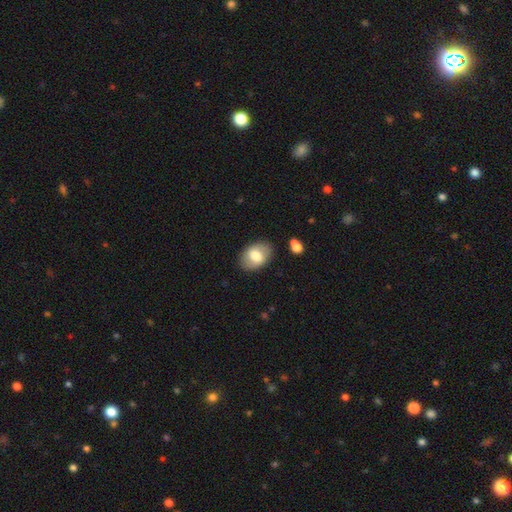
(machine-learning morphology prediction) Smooth or featured?
  - smooth: 69% *
  - featured or disk: 24%
  - star or artifact: 7%
How rounded?
  - in between: 83% *
  - round: 16%
  - cigar-shaped: 1%
Merging?
  - none: 84% *
  - minor disturbance: 11%
  - major disturbance: 3%
  - merger: 2%